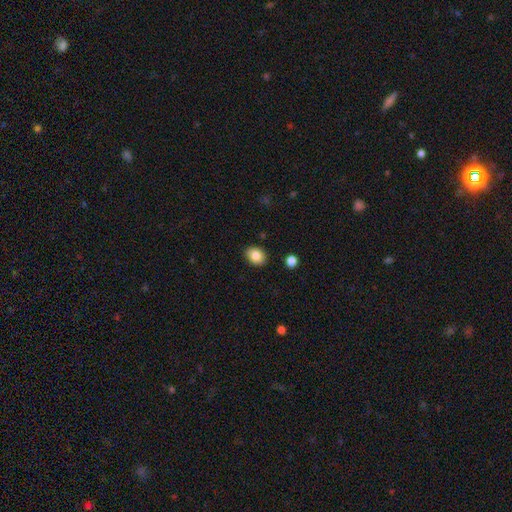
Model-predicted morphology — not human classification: A smooth galaxy with no disk features (84%) that is in between round and cigar-shaped (61%).

Vote fractions:
- Smooth or featured? smooth: 84% / star or artifact: 9% / featured or disk: 8%
- How rounded? in between: 61% / round: 38% / cigar-shaped: 1%
- Merging? none: 89% / minor disturbance: 8% / major disturbance: 2% / merger: 2%